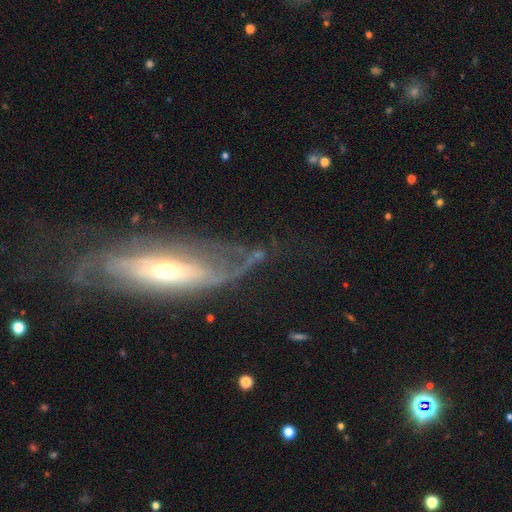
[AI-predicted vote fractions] featured or disk 58%, smooth 26%, star or artifact 16%. Down the decision tree: edge-on disk — no (74%); merging — none (38%).